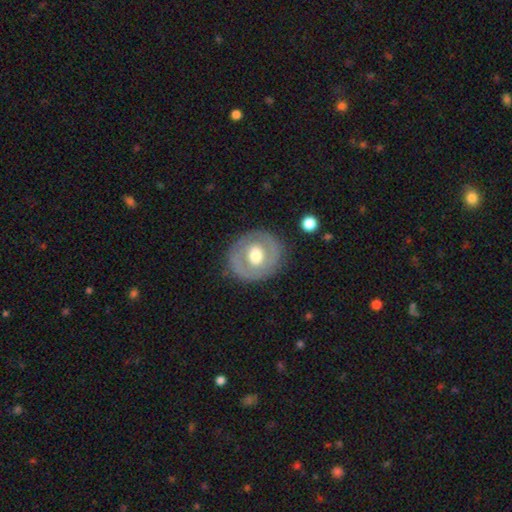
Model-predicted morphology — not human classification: type=featured or disk (56%); edge-on=no (96%); bar=no (65%); spiral arms=no (69%); bulge=moderate (66%); merging=none (82%).